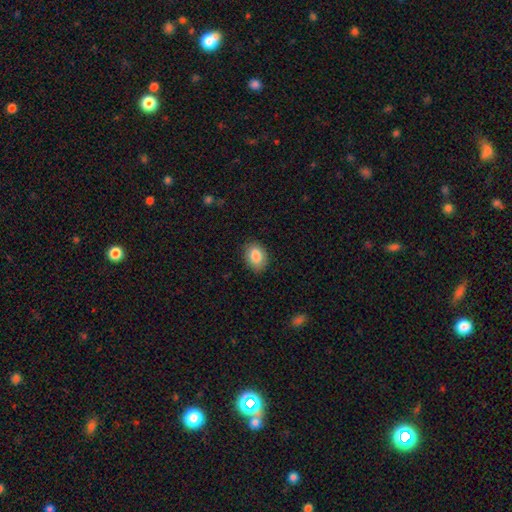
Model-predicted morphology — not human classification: smooth-or-featured: smooth: 86% | star or artifact: 8% | featured or disk: 6%
  how-rounded: in between: 70% | round: 29% | cigar-shaped: 1%
  merging: none: 84% | minor disturbance: 12% | major disturbance: 3% | merger: 1%